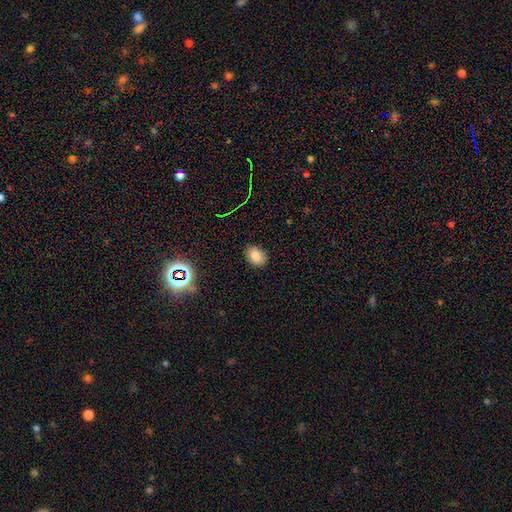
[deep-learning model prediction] The model was most divided on "how rounded": in between: 66%, round: 33%, cigar-shaped: 1%. More confident: merging — none (87%); smooth or featured — smooth (81%).